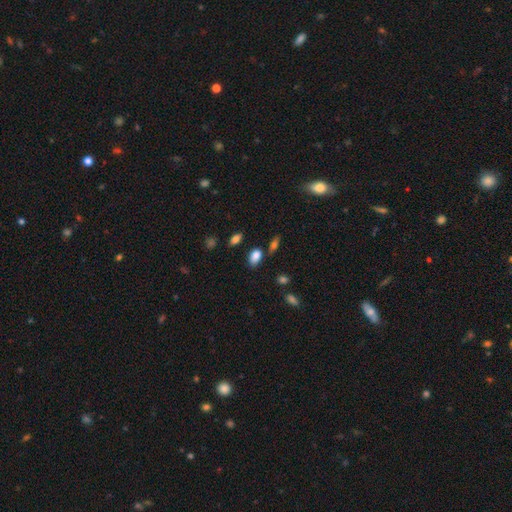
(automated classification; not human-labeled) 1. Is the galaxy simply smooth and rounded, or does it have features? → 83% smooth, 9% star or artifact, 8% featured or disk.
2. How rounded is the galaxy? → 90% in between, 7% round, 3% cigar-shaped.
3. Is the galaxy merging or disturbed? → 75% none, 13% minor disturbance, 8% merger, 3% major disturbance.